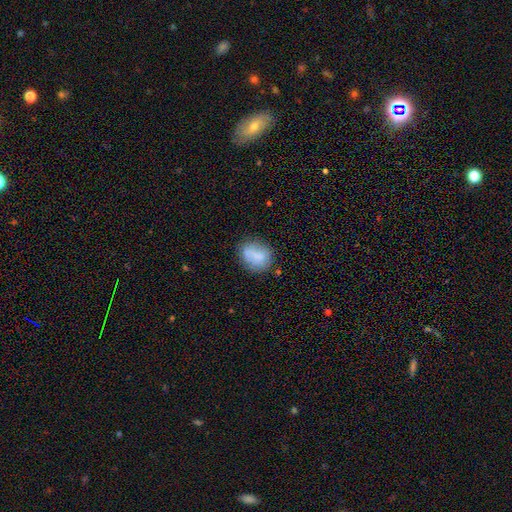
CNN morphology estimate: A smooth galaxy with no disk features (75%) that is in between round and cigar-shaped (51%). Merging: none (60%).